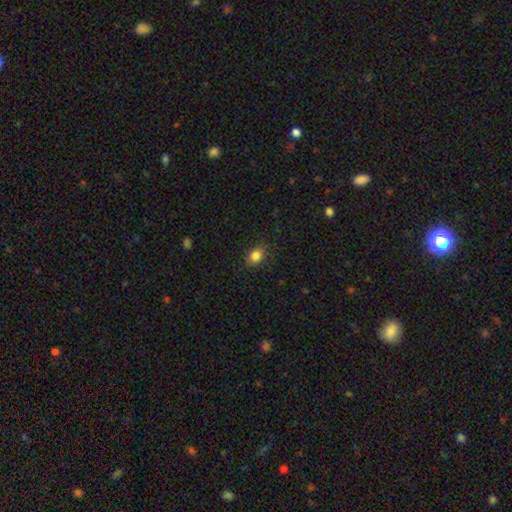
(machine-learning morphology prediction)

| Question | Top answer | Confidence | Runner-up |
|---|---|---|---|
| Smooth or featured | smooth | 84% | star or artifact (10%) |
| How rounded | in between | 62% | round (37%) |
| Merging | none | 83% | minor disturbance (13%) |